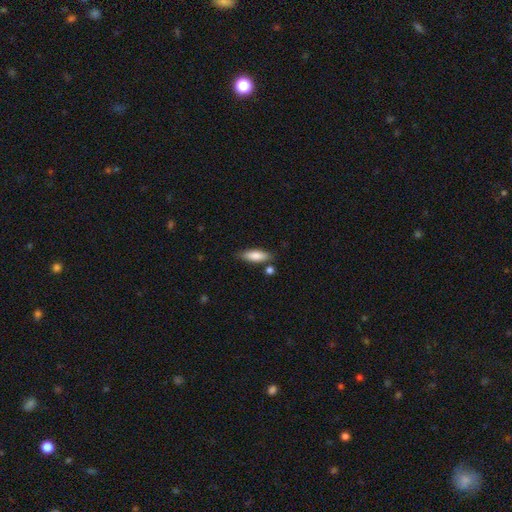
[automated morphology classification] A smooth galaxy with no disk features (82%) that is in between round and cigar-shaped (61%). Merging: none (79%).